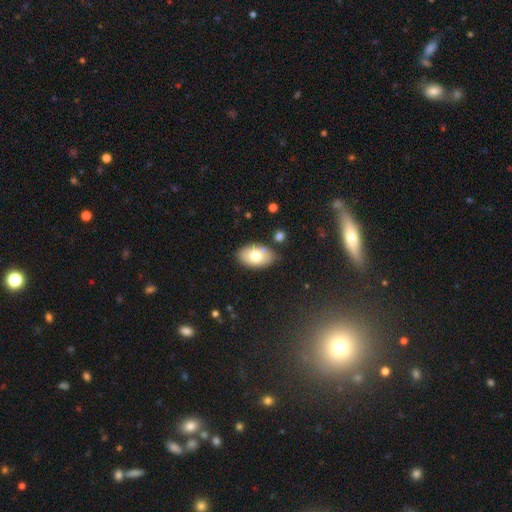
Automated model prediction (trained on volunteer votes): Morphology: type=smooth (72%); roundness=in between (90%); merging=none (82%).